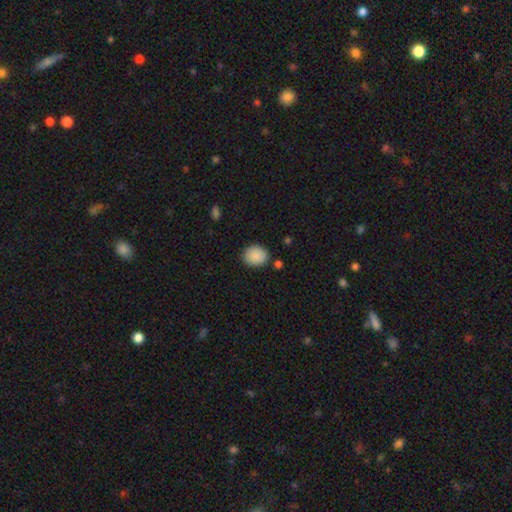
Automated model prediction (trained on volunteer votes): Smooth or featured? Predicted: smooth (p=0.89). How rounded? Predicted: round (p=0.59). Merging? Predicted: none (p=0.82).